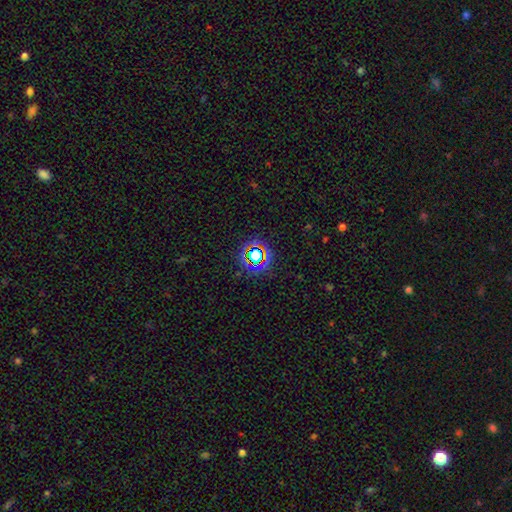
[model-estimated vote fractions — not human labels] Smooth or featured? star or artifact (63%)